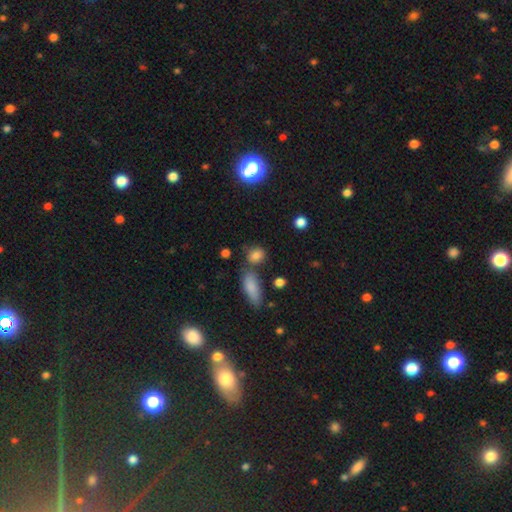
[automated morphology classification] Overall: smooth (81%). How rounded: in between (49%; round 46%). Merging: none (65%).